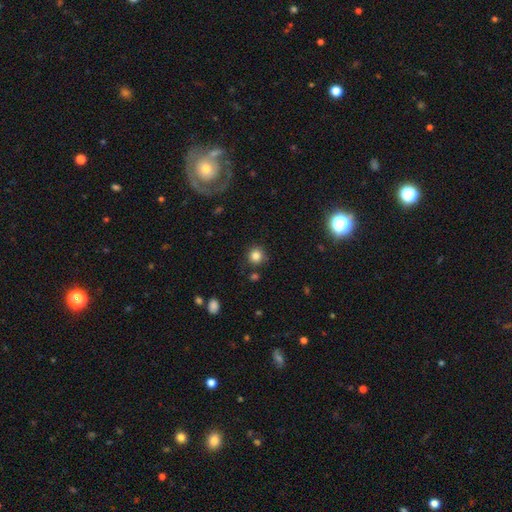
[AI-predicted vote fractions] Smooth or featured?
  - smooth: 84% *
  - star or artifact: 12%
  - featured or disk: 5%
How rounded?
  - round: 92% *
  - in between: 7%
  - cigar-shaped: 1%
Merging?
  - none: 85% *
  - minor disturbance: 9%
  - merger: 3%
  - major disturbance: 3%